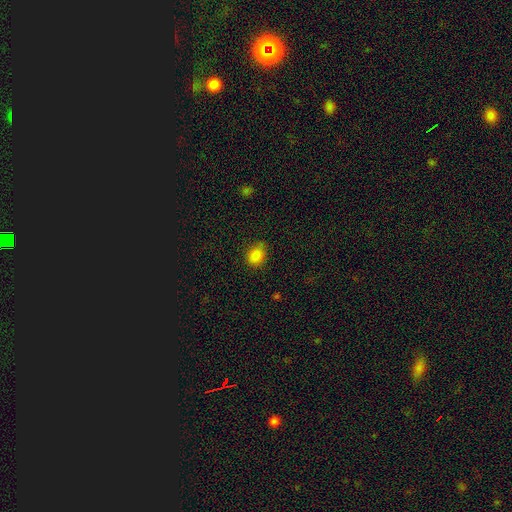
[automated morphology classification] Smooth or featured?
  - smooth: 84% *
  - star or artifact: 11%
  - featured or disk: 5%
How rounded?
  - round: 51% *
  - in between: 48%
  - cigar-shaped: 1%
Merging?
  - none: 75% *
  - minor disturbance: 20%
  - major disturbance: 4%
  - merger: 1%